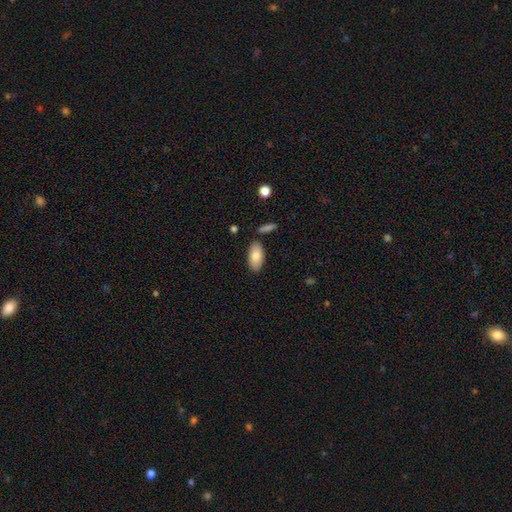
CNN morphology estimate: type=smooth (80%); roundness=in between (94%); merging=none (84%).